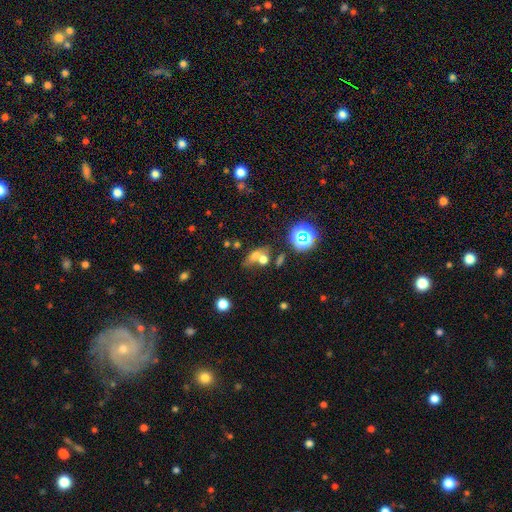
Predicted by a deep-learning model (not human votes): smooth 58%, star or artifact 22%, featured or disk 20%. Down the decision tree: how rounded — in between (54%); merging — merger (46%).